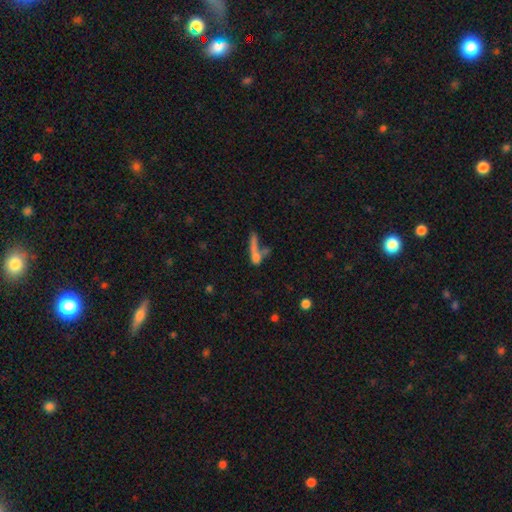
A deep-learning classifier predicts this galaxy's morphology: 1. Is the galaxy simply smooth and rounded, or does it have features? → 58% smooth, 28% featured or disk, 14% star or artifact.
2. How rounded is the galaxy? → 58% cigar-shaped, 28% in between, 14% round.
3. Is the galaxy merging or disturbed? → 40% merger, 33% none, 16% major disturbance, 11% minor disturbance.